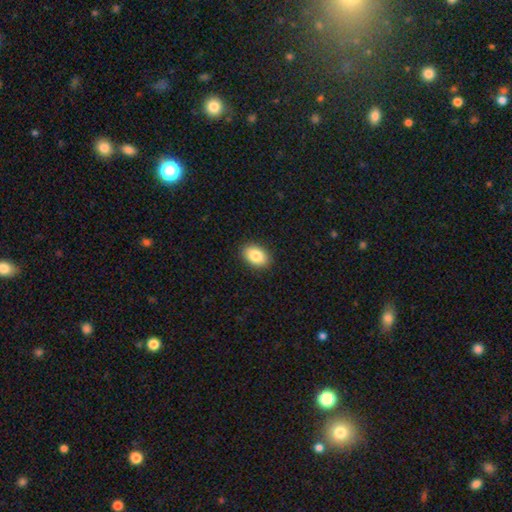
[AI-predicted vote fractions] Smooth or featured: smooth — 85% (star or artifact — 8%)
How rounded: in between — 85% (round — 14%)
Merging: none — 90% (minor disturbance — 7%)